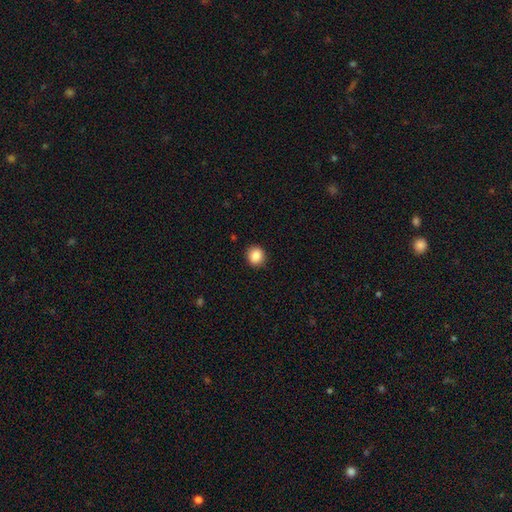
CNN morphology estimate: smooth_or_featured: smooth (p=0.87) [alt: star or artifact p=0.09]
how_rounded: round (p=0.87) [alt: in between p=0.12]
merging: none (p=0.91) [alt: minor disturbance p=0.07]